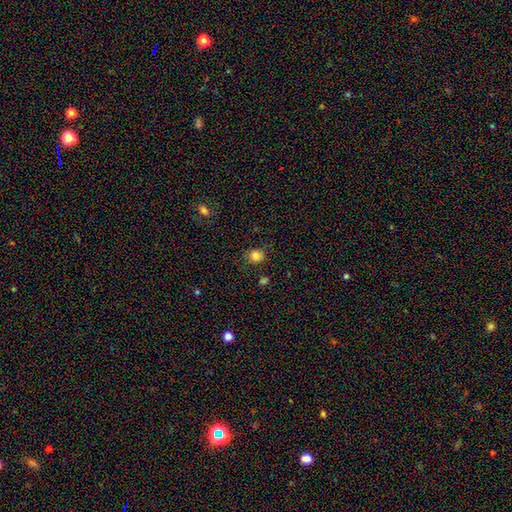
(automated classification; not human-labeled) A smooth galaxy with no disk features (84%) that is round (81%). Merging: none (82%).